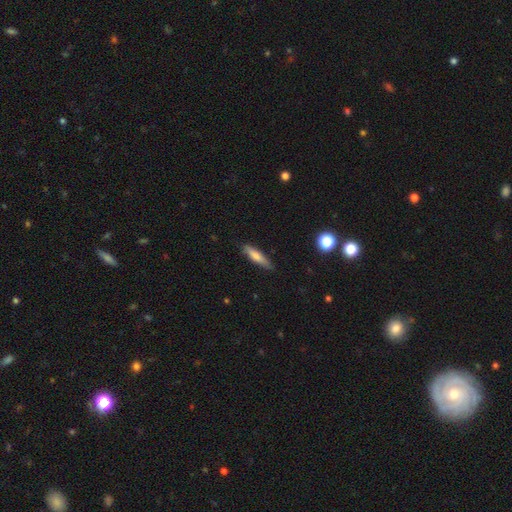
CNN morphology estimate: Overall: smooth (68%). How rounded: cigar-shaped (76%). Merging: none (82%).